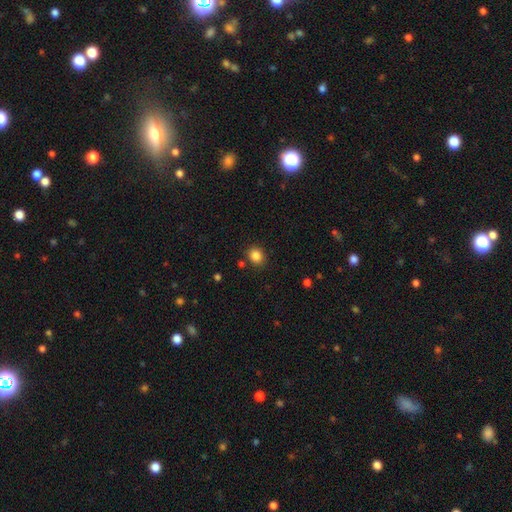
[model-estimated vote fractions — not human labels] This appears to be a smooth galaxy with no disk features (85%) that is round (67%). Merging: none (84%).